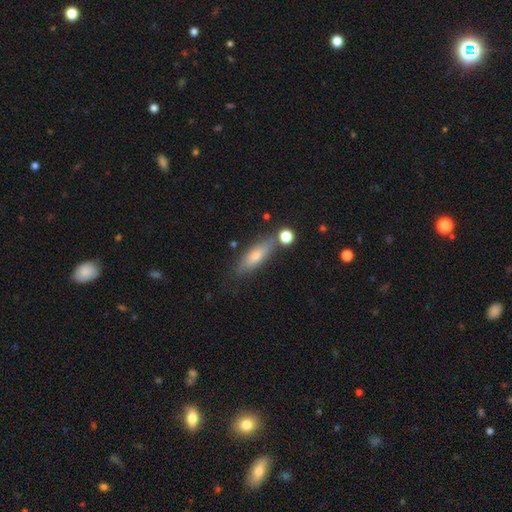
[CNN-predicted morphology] The model was most divided on "how rounded": cigar-shaped: 55%, in between: 42%, round: 3%. More confident: merging — none (74%); smooth or featured — smooth (61%).